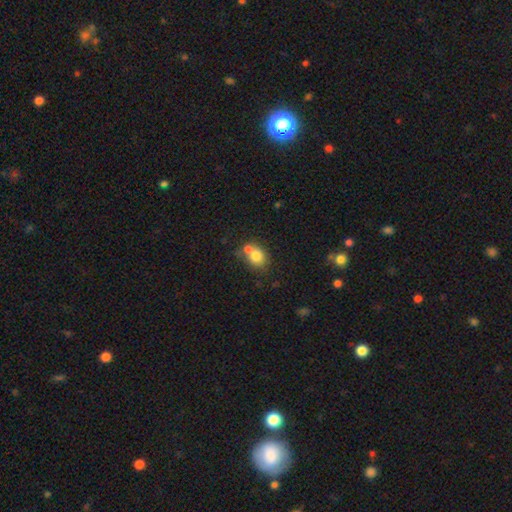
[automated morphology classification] Smooth or featured?
  - smooth: 76% *
  - featured or disk: 14%
  - star or artifact: 10%
How rounded?
  - round: 65% *
  - in between: 34%
  - cigar-shaped: 1%
Merging?
  - merger: 43% *
  - none: 42%
  - minor disturbance: 11%
  - major disturbance: 4%